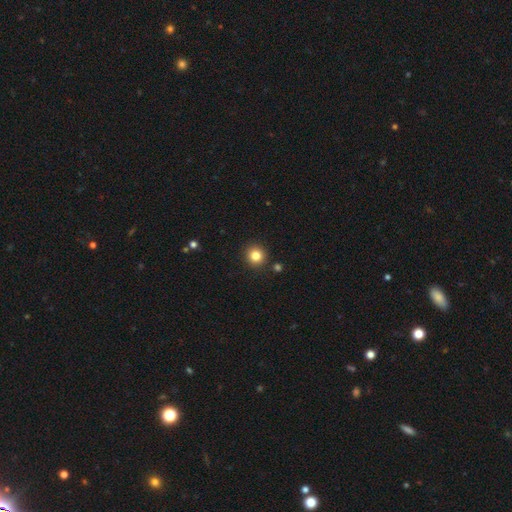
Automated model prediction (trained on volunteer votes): smooth 82%, star or artifact 12%, featured or disk 6%. Down the decision tree: how rounded — round (93%); merging — none (90%).